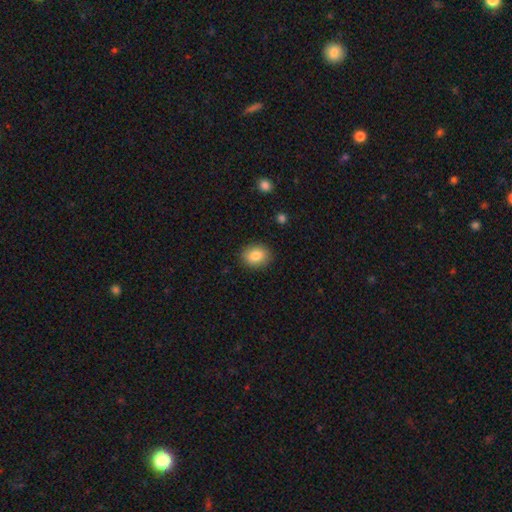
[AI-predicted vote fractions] Smooth or featured: smooth — 84% (star or artifact — 8%)
How rounded: in between — 50% (round — 49%)
Merging: none — 89% (minor disturbance — 8%)